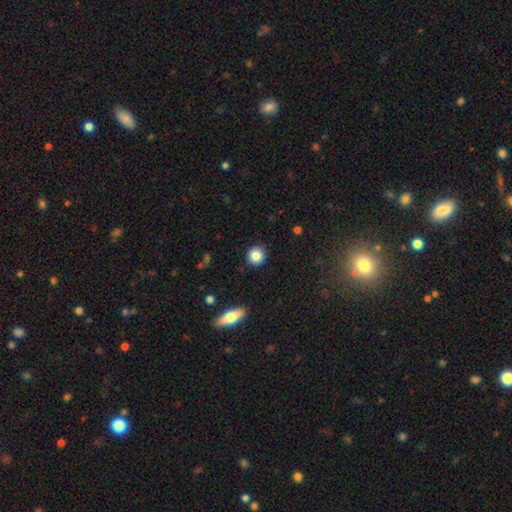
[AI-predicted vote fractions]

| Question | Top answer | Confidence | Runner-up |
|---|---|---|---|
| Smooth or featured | smooth | 84% | star or artifact (9%) |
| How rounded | round | 93% | in between (6%) |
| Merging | none | 91% | minor disturbance (6%) |